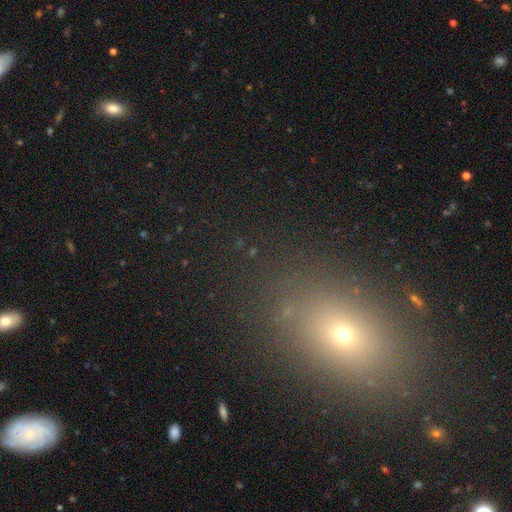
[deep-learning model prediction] Overall: smooth (55%; star or artifact 31%). How rounded: in between (61%; round 35%). Merging: none (83%).